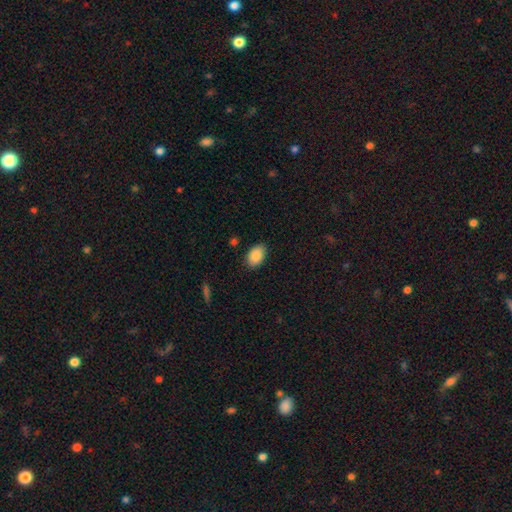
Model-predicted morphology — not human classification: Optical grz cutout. It shows a smooth galaxy with no disk features (88%) that is in between round and cigar-shaped (89%). Merging: none (85%).